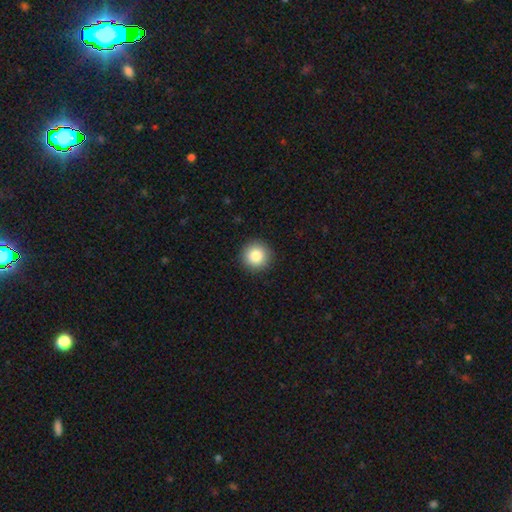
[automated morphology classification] type=smooth (84%); roundness=round (96%); merging=none (92%).